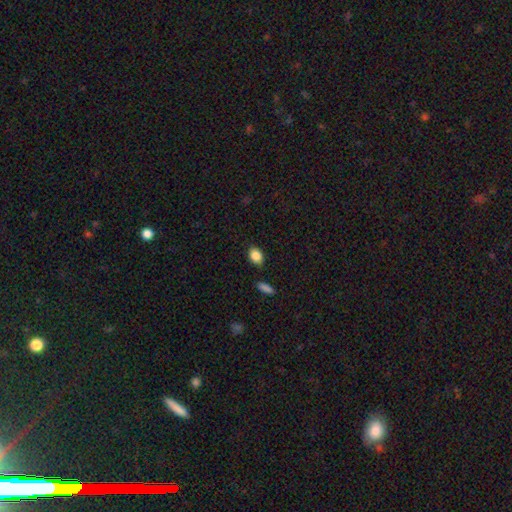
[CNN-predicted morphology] This appears to be a smooth galaxy with no disk features (86%) that is in between round and cigar-shaped (74%). Merging: none (82%).